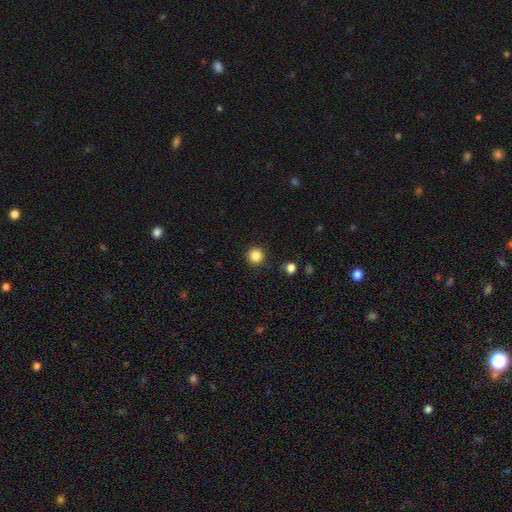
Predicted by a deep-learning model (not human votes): Overall: smooth (85%). How rounded: round (96%). Merging: none (91%).